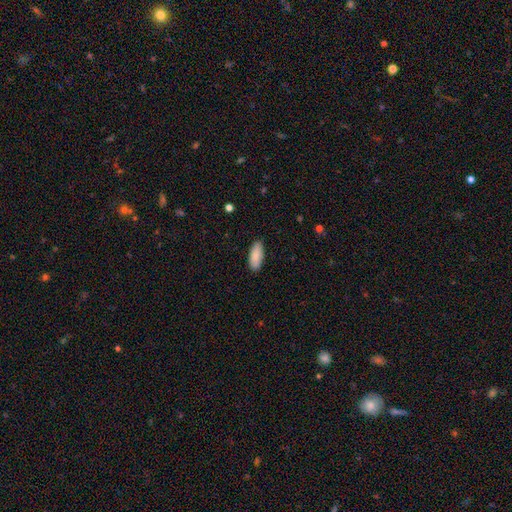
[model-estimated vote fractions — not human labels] Q: Smooth or featured?
A: smooth (89%); runner-up: star or artifact (6%)
Q: How rounded?
A: in between (84%); runner-up: cigar-shaped (14%)
Q: Merging?
A: none (87%); runner-up: minor disturbance (10%)